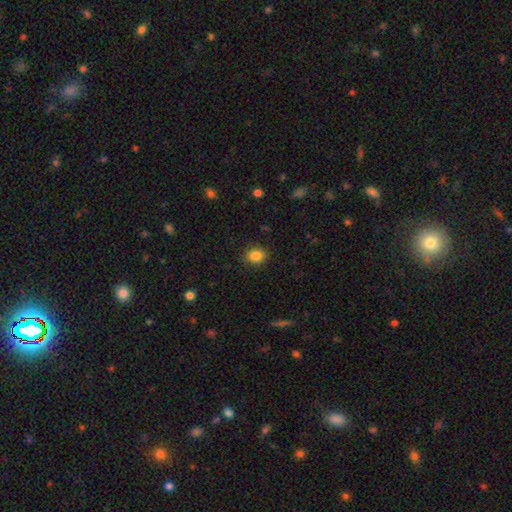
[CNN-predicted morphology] Smooth or featured: smooth — 85% (star or artifact — 10%)
How rounded: round — 59% (in between — 40%)
Merging: none — 87% (minor disturbance — 9%)